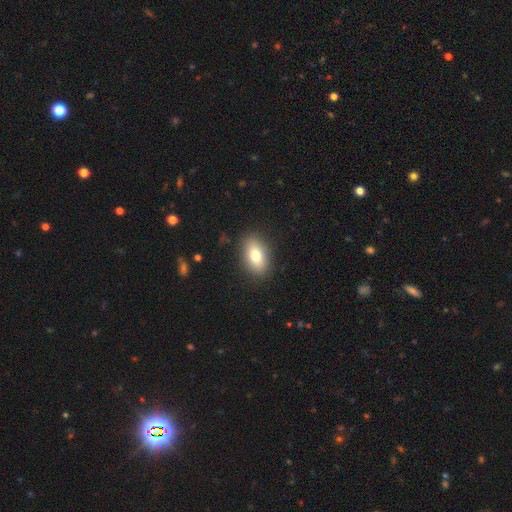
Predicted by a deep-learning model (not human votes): Morphology: type=smooth (77%); roundness=in between (88%); merging=none (87%).